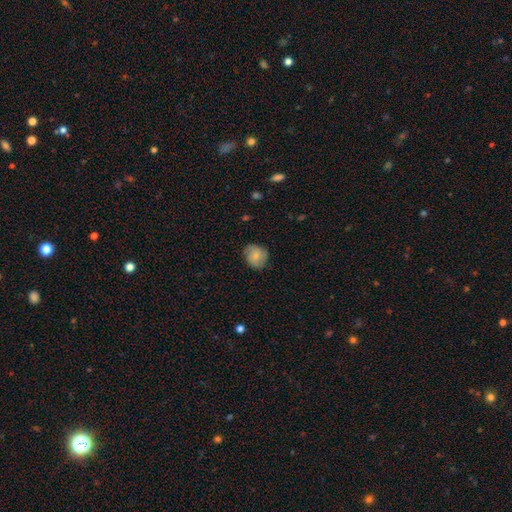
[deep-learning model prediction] This appears to be a smooth galaxy with no disk features (66%) that is round (72%). Merging: none (73%).